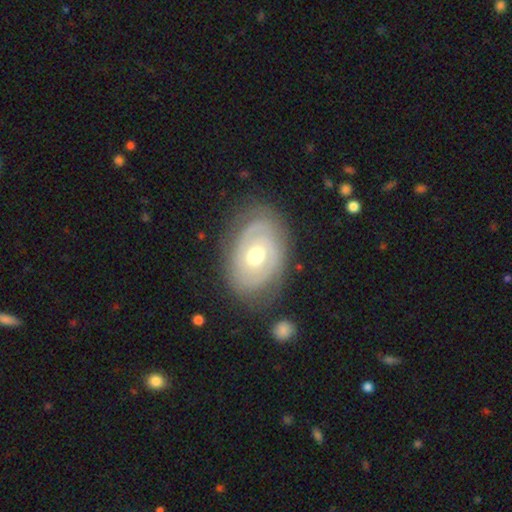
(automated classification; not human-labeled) Smooth or featured? featured or disk (80%)
Edge-on disk? no (96%)
Bar? no (70%)
Spiral arms? yes (81%)
Spiral winding? tight (71%)
Spiral arm count? 2 (49%)
Bulge size? moderate (77%)
Merging? none (75%)